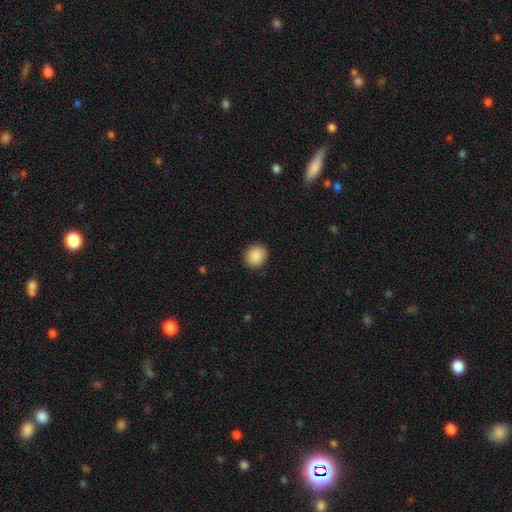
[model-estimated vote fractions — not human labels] This is clearly a smooth galaxy (89%). How rounded: clearly round (81%). Merging: clearly none (91%).